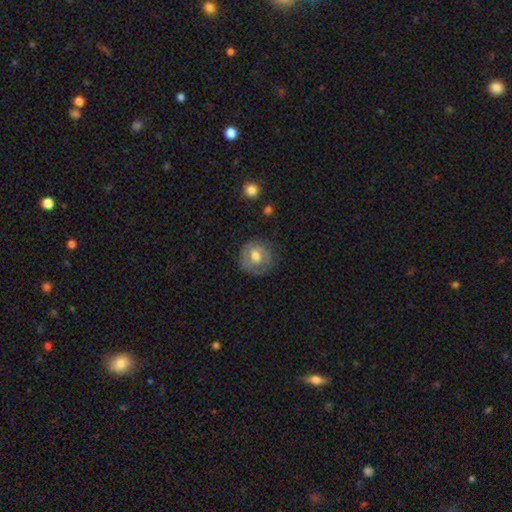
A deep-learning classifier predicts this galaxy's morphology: This appears to be a smooth galaxy with no disk features (49%). Merging: none (71%).